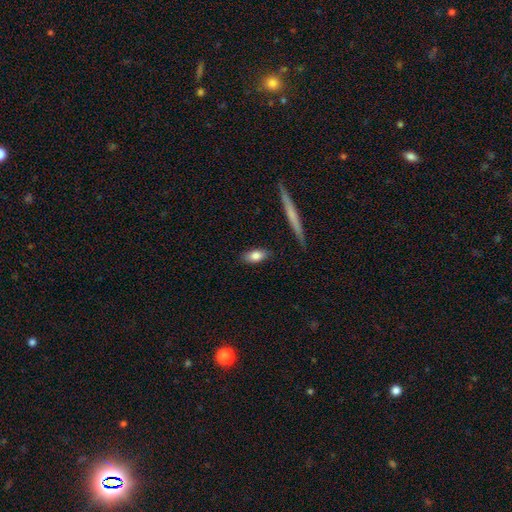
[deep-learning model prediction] Q: Smooth or featured?
A: smooth (80%); runner-up: featured or disk (13%)
Q: How rounded?
A: in between (84%); runner-up: cigar-shaped (12%)
Q: Merging?
A: none (85%); runner-up: minor disturbance (11%)